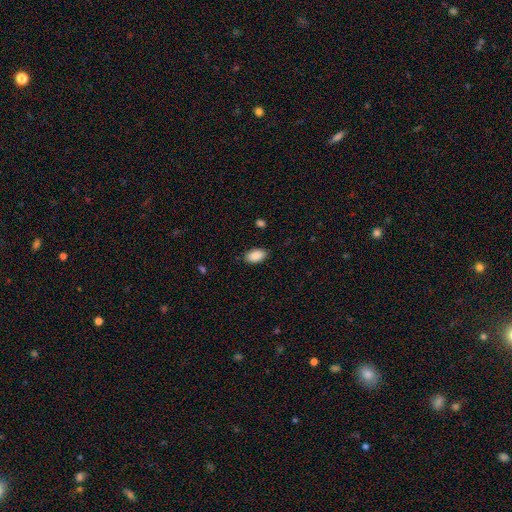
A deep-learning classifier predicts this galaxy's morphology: smooth-or-featured: smooth: 88% | star or artifact: 7% | featured or disk: 5%
  how-rounded: in between: 94% | round: 4% | cigar-shaped: 2%
  merging: none: 86% | minor disturbance: 10% | major disturbance: 2% | merger: 1%